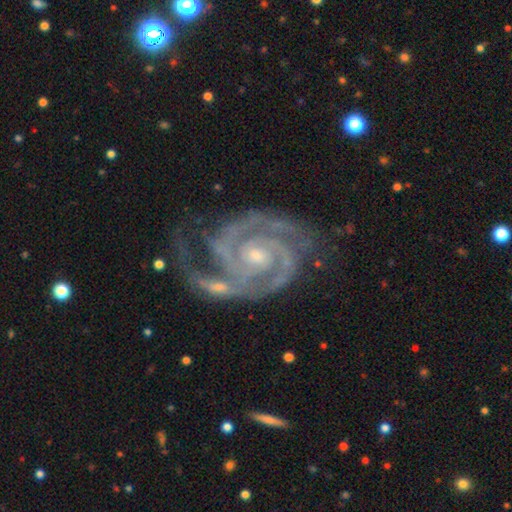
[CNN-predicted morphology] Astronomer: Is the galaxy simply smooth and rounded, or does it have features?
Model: featured or disk — 93%.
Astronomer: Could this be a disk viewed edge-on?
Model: no — 98%.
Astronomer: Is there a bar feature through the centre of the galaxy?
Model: no — 54% (runner-up: weak, 31%).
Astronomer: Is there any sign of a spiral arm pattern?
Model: yes — 99%.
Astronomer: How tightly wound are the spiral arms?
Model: tight — 69%.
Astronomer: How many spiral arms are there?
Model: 2 — 75%.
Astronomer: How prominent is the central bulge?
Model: small — 66%.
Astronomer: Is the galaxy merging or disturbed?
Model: none — 65%.